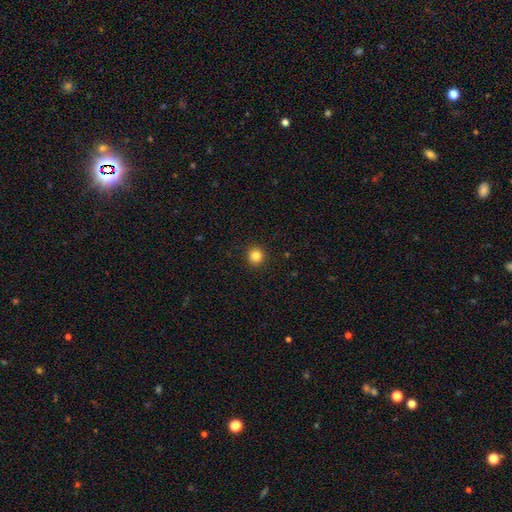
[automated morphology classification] Smooth or featured?
  - smooth: 84% *
  - star or artifact: 12%
  - featured or disk: 4%
How rounded?
  - round: 93% *
  - in between: 6%
  - cigar-shaped: 1%
Merging?
  - none: 93% *
  - minor disturbance: 5%
  - major disturbance: 2%
  - merger: 1%